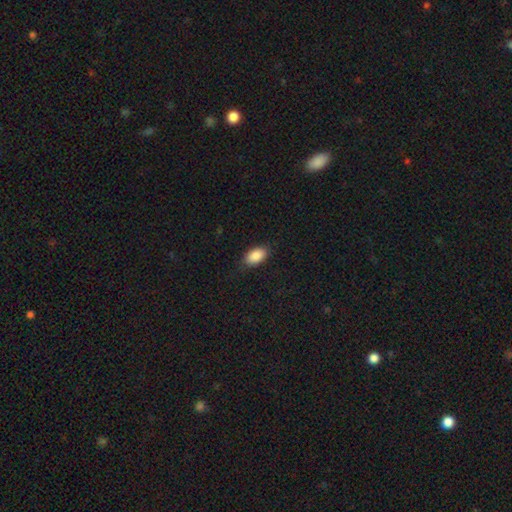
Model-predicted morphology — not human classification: This is clearly a smooth galaxy (89%). How rounded: clearly in between (93%). Merging: clearly none (83%).